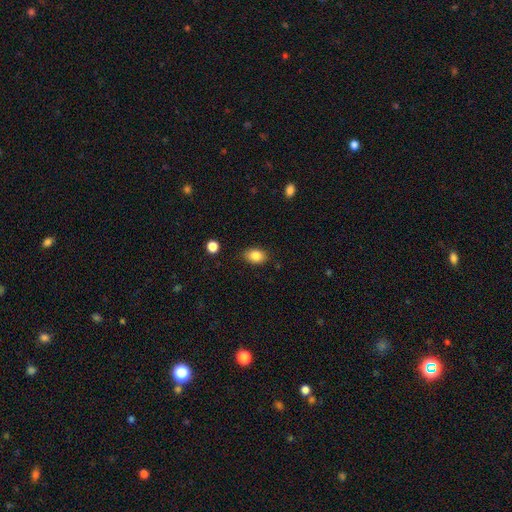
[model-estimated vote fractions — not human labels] Smooth or featured? smooth (85%)
How rounded? in between (79%)
Merging? none (83%)